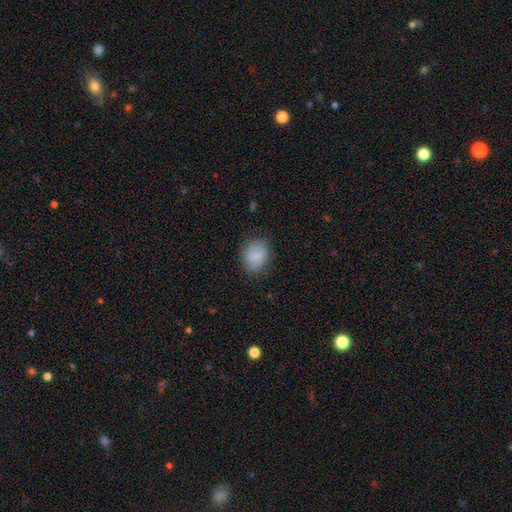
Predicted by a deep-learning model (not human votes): Morphology: type=smooth (86%); roundness=round (50%); merging=none (78%).